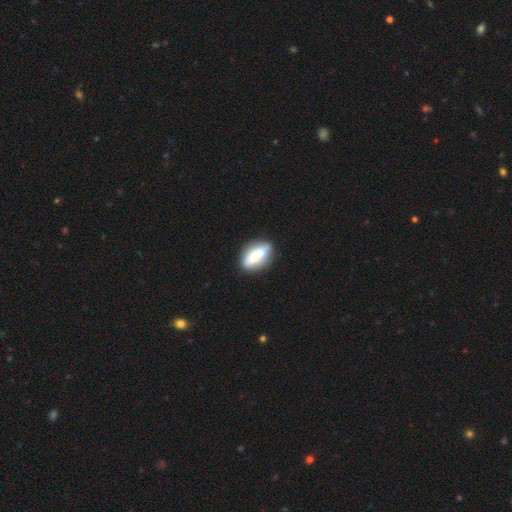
Morphology: type=smooth (59%); roundness=in between (57%); merging=none (78%).